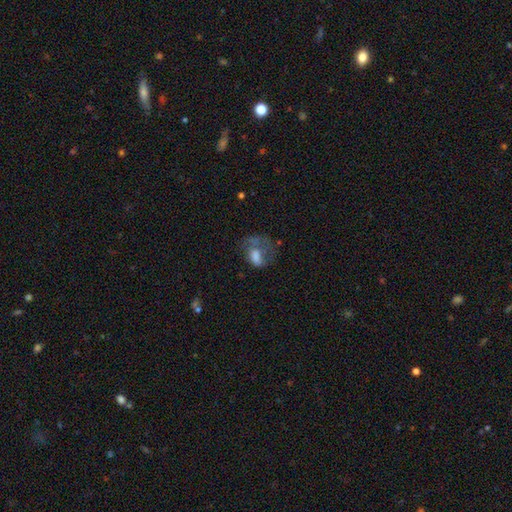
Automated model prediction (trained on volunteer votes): This is possibly a smooth galaxy (47%). Merging: possibly major disturbance (47%).